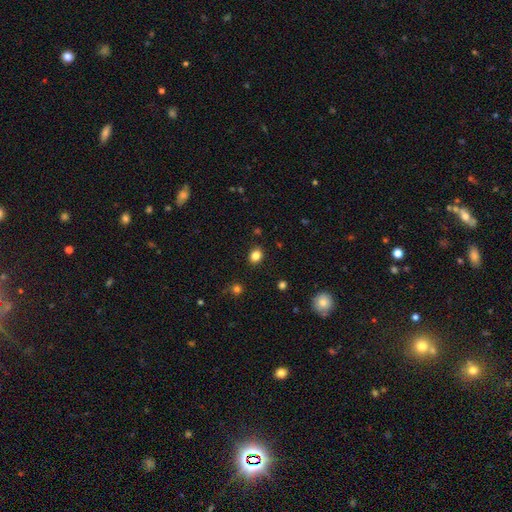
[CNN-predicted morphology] A smooth galaxy with no disk features (84%) that is in between round and cigar-shaped (50%).

Vote fractions:
- Smooth or featured? smooth: 84% / star or artifact: 12% / featured or disk: 4%
- How rounded? in between: 50% / round: 49% / cigar-shaped: 1%
- Merging? none: 89% / minor disturbance: 8% / major disturbance: 2% / merger: 1%